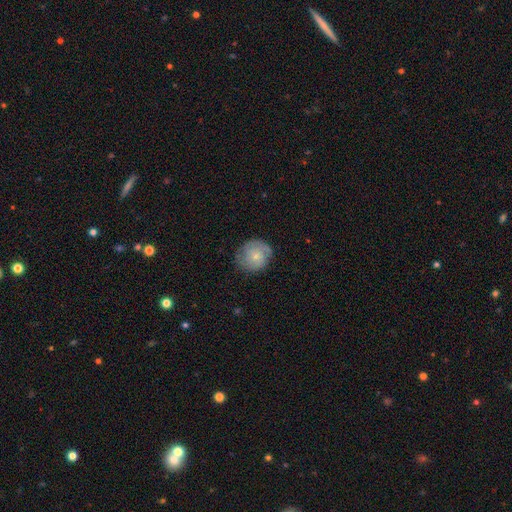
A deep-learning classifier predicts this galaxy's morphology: The model was most divided on "smooth or featured": smooth: 53%, featured or disk: 40%, star or artifact: 7%. More confident: how rounded — round (85%); merging — none (72%).